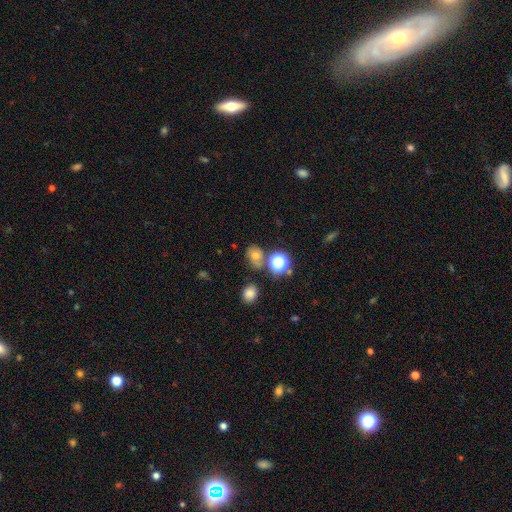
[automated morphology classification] A smooth galaxy with no disk features (54%) that is round (64%).

Vote fractions:
- Smooth or featured? smooth: 54% / star or artifact: 30% / featured or disk: 16%
- How rounded? round: 64% / in between: 35% / cigar-shaped: 1%
- Merging? none: 66% / minor disturbance: 14% / merger: 13% / major disturbance: 6%